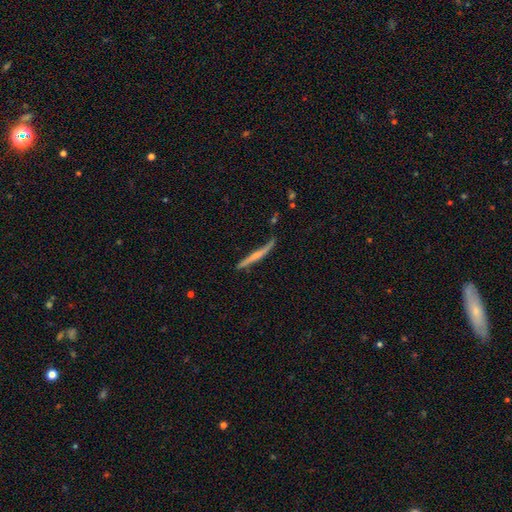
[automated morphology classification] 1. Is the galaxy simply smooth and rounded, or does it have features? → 58% featured or disk, 36% smooth, 6% star or artifact.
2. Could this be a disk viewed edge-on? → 92% yes, 8% no.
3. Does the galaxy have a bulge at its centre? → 45% rounded (tied), 45% none (tied), 10% boxy.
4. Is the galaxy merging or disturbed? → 66% none, 24% minor disturbance, 6% major disturbance, 5% merger.